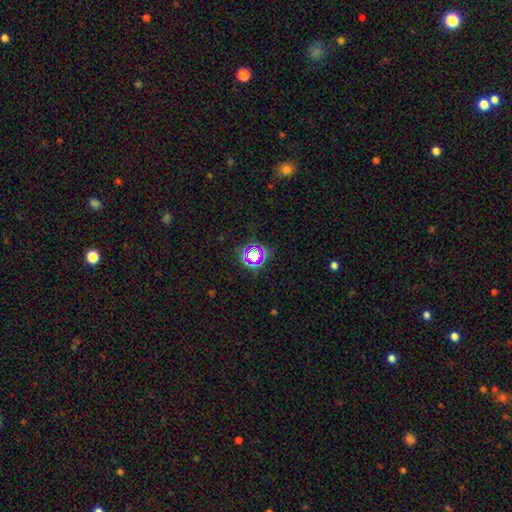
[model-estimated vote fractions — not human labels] smooth-or-featured: star or artifact: 64% | smooth: 25% | featured or disk: 11%